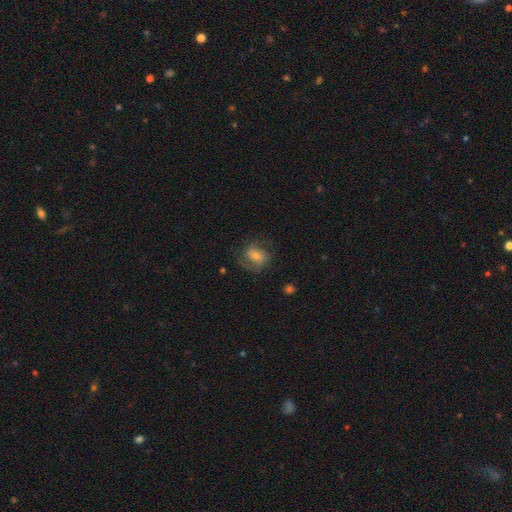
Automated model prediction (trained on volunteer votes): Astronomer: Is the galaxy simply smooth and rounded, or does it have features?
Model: featured or disk — 66%.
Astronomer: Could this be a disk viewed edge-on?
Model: no — 97%.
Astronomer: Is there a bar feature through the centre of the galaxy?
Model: no — 47% (runner-up: weak, 39%).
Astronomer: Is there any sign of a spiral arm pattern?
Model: yes — 91%.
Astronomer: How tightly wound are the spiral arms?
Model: medium — 50% (runner-up: tight, 25%).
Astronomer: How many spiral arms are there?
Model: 2 — 72%.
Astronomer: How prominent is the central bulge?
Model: moderate — 47% (runner-up: small, 43%).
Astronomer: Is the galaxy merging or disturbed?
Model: none — 67%.